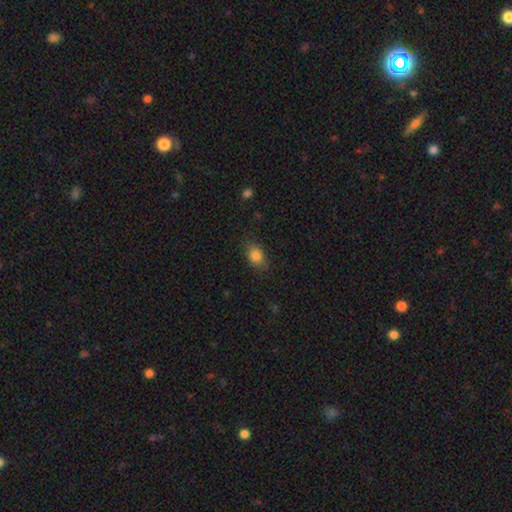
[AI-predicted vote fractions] This appears to be a smooth galaxy with no disk features (84%) that is in between round and cigar-shaped (69%). Merging: none (77%).